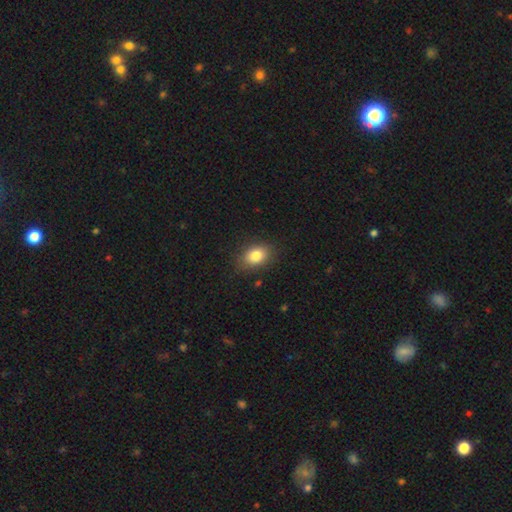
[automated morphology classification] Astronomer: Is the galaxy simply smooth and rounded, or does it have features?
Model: smooth — 83%.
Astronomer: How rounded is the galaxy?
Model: in between — 74%.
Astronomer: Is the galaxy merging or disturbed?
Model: none — 84%.